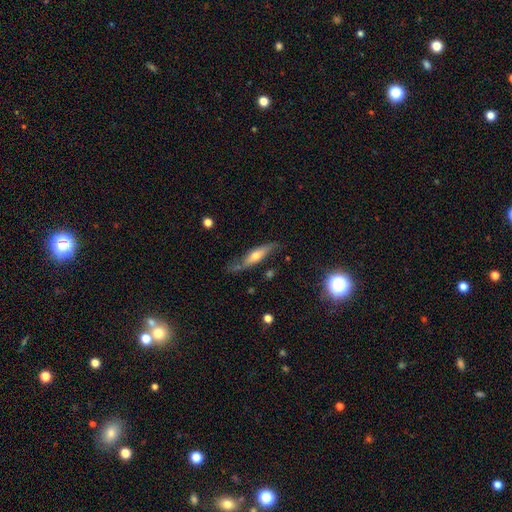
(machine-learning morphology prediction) This appears to be a featured or disk galaxy (57%) viewed edge-on (70%). Merging: none (66%).